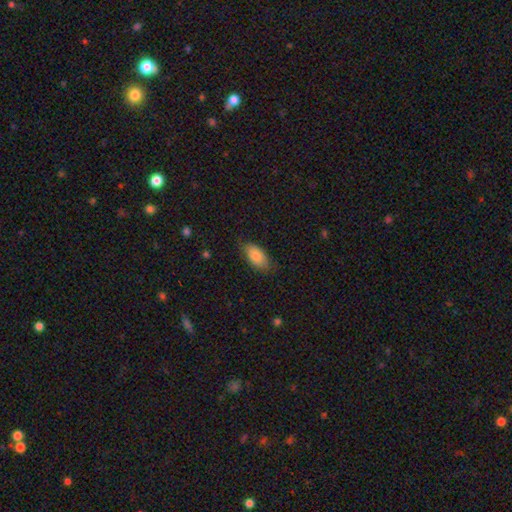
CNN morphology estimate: Smooth or featured: smooth — 81% (featured or disk — 12%)
How rounded: in between — 93% (round — 4%)
Merging: none — 76% (minor disturbance — 19%)